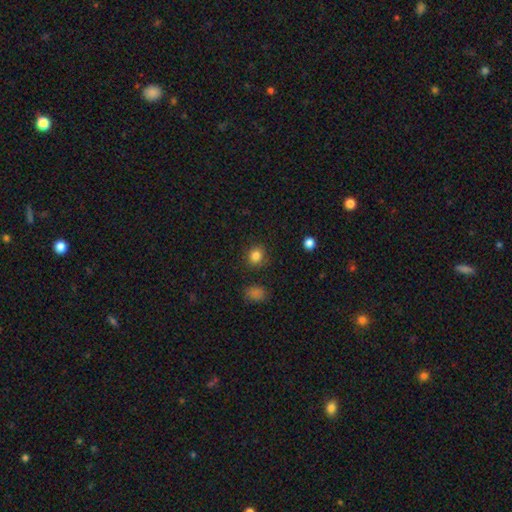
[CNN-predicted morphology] The model was most divided on "how rounded": round: 79%, in between: 20%, cigar-shaped: 1%. More confident: merging — none (88%); smooth or featured — smooth (84%).